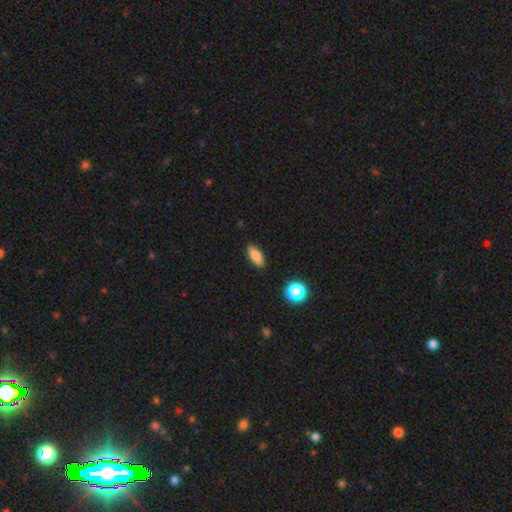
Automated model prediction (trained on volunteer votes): smooth-or-featured: smooth: 79% | featured or disk: 12% | star or artifact: 8%
  how-rounded: in between: 78% | cigar-shaped: 18% | round: 4%
  merging: none: 88% | minor disturbance: 9% | major disturbance: 2% | merger: 1%